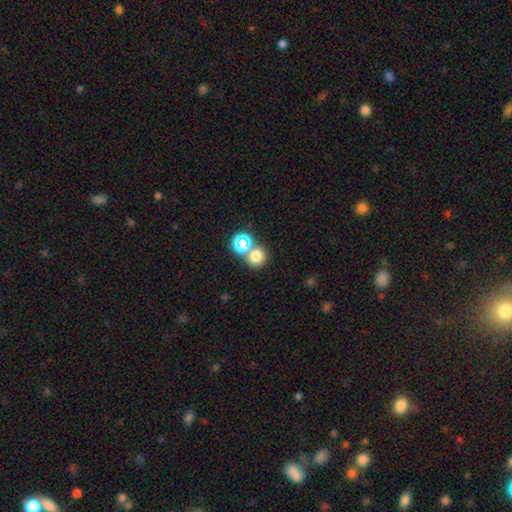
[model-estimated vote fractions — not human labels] A smooth galaxy with no disk features (72%) that is round (87%). Merging: none (60%).